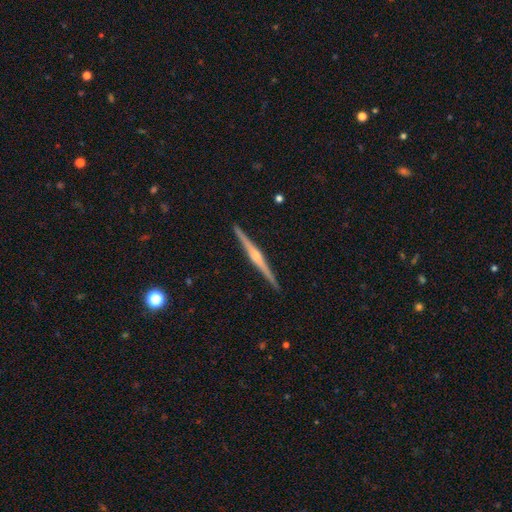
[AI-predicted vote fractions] Smooth or featured?
  - featured or disk: 84% *
  - smooth: 11%
  - star or artifact: 5%
Edge-on disk?
  - yes: 99% *
  - no: 1%
Edge-on bulge?
  - rounded: 84% *
  - boxy: 8%
  - none: 8%
Merging?
  - none: 93% *
  - minor disturbance: 5%
  - major disturbance: 1%
  - merger: 1%